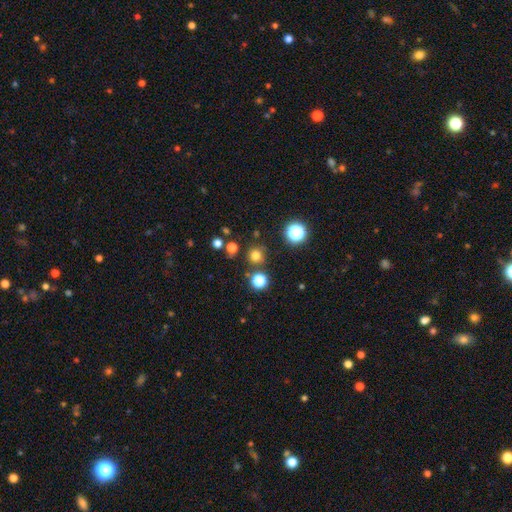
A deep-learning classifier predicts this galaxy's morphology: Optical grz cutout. It shows a smooth galaxy with no disk features (73%) that is round (94%). Merging: none (83%).